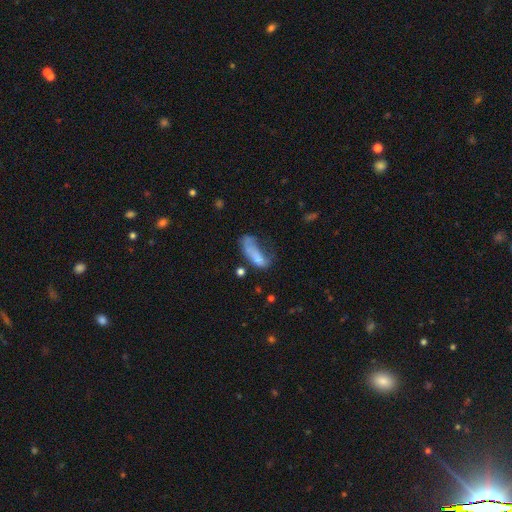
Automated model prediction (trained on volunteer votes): smooth 67%, featured or disk 22%, star or artifact 10%. Down the decision tree: how rounded — in between (66%); merging — major disturbance (45%).